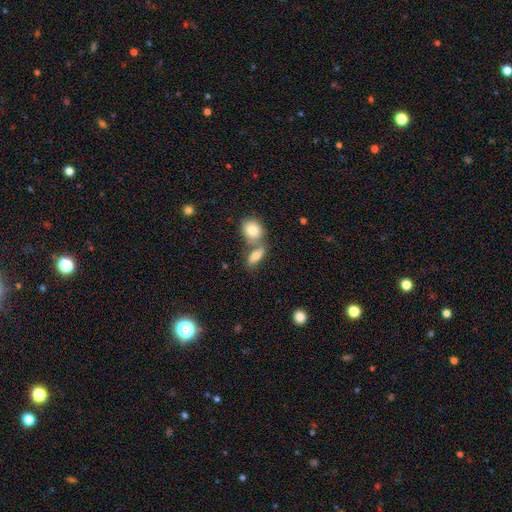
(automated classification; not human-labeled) Smooth or featured?
  - smooth: 75% *
  - featured or disk: 17%
  - star or artifact: 8%
How rounded?
  - in between: 74% *
  - cigar-shaped: 16%
  - round: 10%
Merging?
  - merger: 43% * (tied)
  - none: 43% * (tied)
  - minor disturbance: 10%
  - major disturbance: 4%